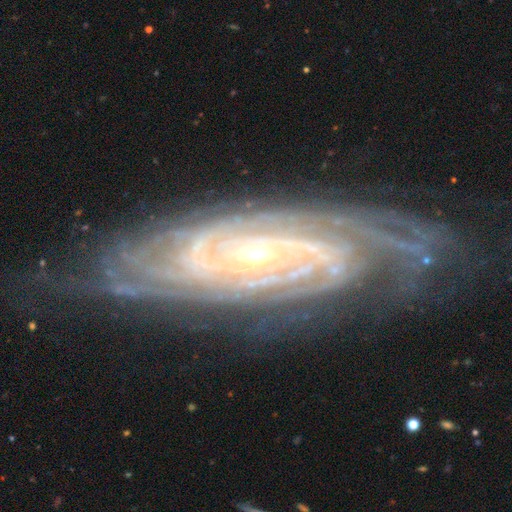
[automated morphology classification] Q: Smooth or featured?
A: featured or disk (91%); runner-up: star or artifact (5%)
Q: Edge-on disk?
A: no (91%); runner-up: yes (9%)
Q: Bar?
A: no (51%); runner-up: weak (30%)
Q: Spiral arms?
A: yes (98%); runner-up: no (2%)
Q: Spiral winding?
A: tight (76%); runner-up: medium (20%)
Q: Spiral arm count?
A: can't tell (24%); runner-up: 2 (20%)
Q: Bulge size?
A: small (72%); runner-up: moderate (24%)
Q: Merging?
A: none (75%); runner-up: minor disturbance (17%)